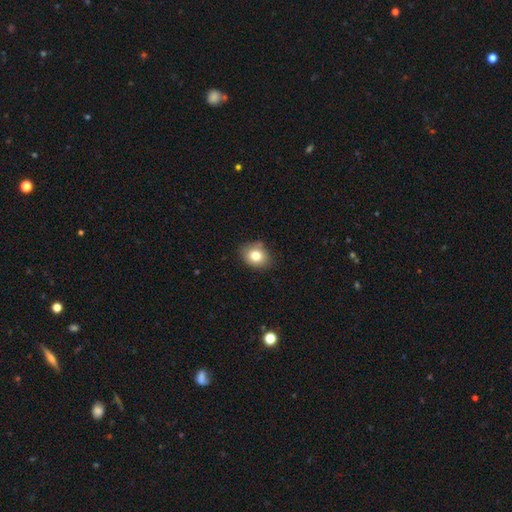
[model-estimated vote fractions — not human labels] Q: Smooth or featured?
A: smooth (79%); runner-up: star or artifact (10%)
Q: How rounded?
A: in between (50%); runner-up: round (49%)
Q: Merging?
A: none (76%); runner-up: minor disturbance (18%)